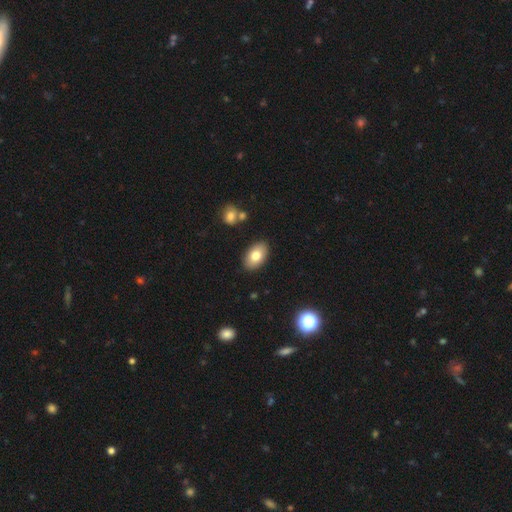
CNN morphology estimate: smooth-or-featured: smooth: 78% | featured or disk: 15% | star or artifact: 8%
  how-rounded: in between: 92% | round: 7% | cigar-shaped: 1%
  merging: none: 87% | minor disturbance: 9% | major disturbance: 2% | merger: 2%